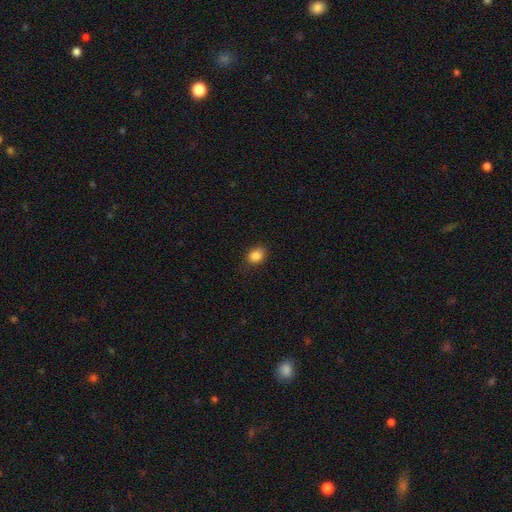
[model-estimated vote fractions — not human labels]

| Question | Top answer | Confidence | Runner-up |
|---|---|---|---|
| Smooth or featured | smooth | 86% | star or artifact (9%) |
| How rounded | in between | 64% | round (35%) |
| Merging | none | 82% | minor disturbance (14%) |